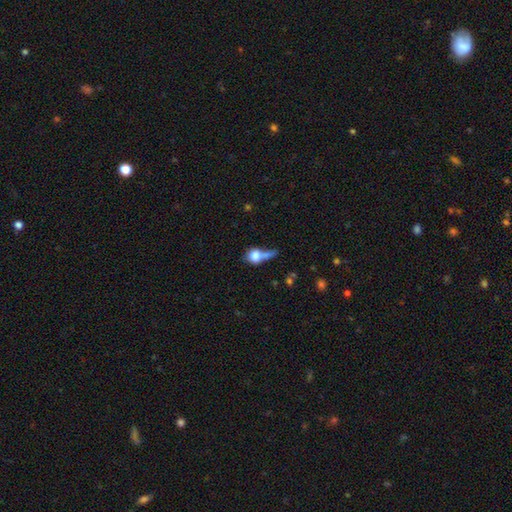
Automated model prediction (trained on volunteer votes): Q: Smooth or featured?
A: smooth (73%); runner-up: featured or disk (17%)
Q: How rounded?
A: round (64%); runner-up: in between (31%)
Q: Merging?
A: merger (39%); runner-up: none (26%)